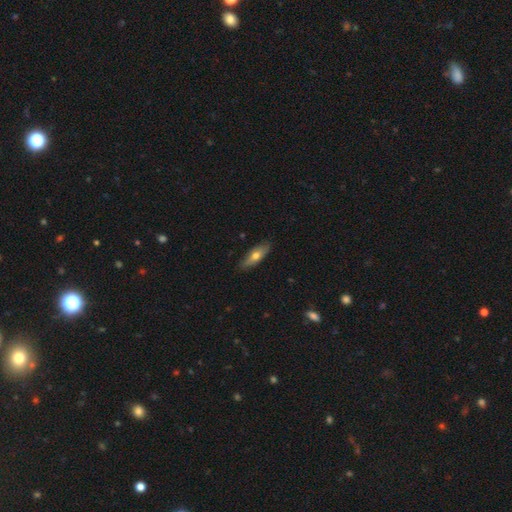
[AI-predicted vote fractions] A smooth galaxy with no disk features (62%) that is in between round and cigar-shaped (53%).

Vote fractions:
- Smooth or featured? smooth: 62% / featured or disk: 32% / star or artifact: 6%
- How rounded? in between: 53% / cigar-shaped: 44% / round: 3%
- Merging? none: 85% / minor disturbance: 12% / major disturbance: 2% / merger: 1%